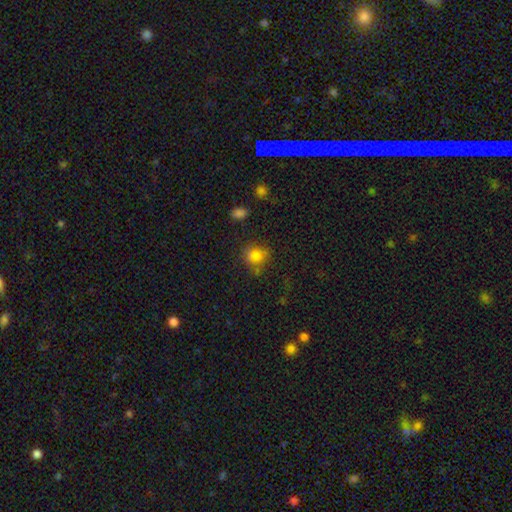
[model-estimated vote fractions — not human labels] The model was most divided on "merging": none: 62%, minor disturbance: 18%, merger: 12%, major disturbance: 8%. More confident: how rounded — round (77%); smooth or featured — smooth (74%).